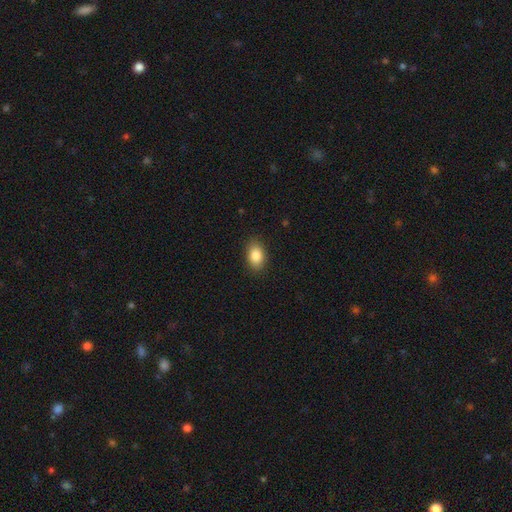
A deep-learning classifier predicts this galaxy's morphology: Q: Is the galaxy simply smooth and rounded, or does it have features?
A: smooth — 86%.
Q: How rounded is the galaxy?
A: in between — 86%.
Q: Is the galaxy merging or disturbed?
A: none — 87%.